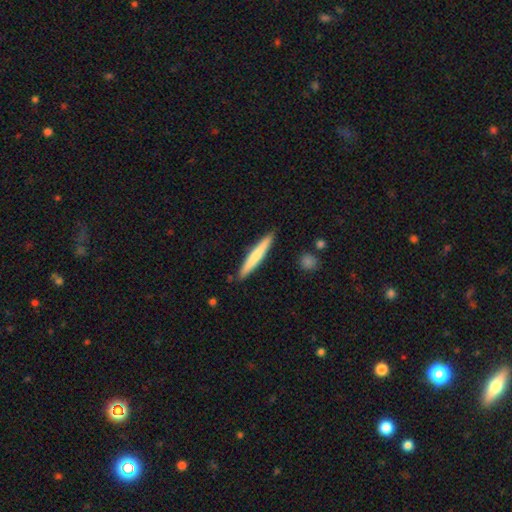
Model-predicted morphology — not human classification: type=smooth (68%); roundness=cigar-shaped (95%); merging=none (90%).